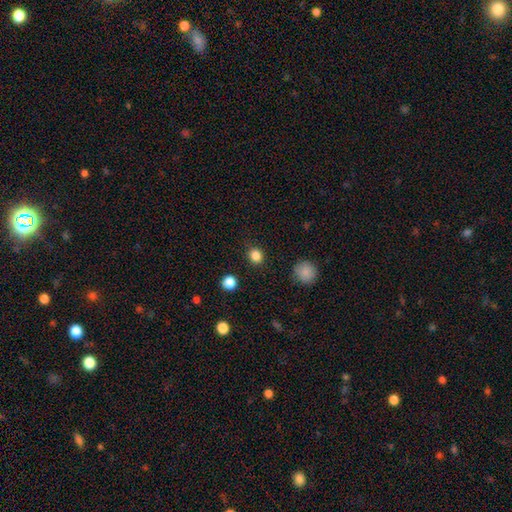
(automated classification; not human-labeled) Morphology: type=smooth (85%); roundness=round (78%); merging=none (88%).